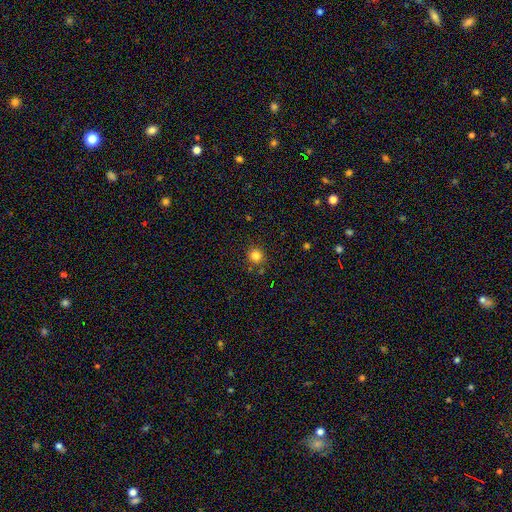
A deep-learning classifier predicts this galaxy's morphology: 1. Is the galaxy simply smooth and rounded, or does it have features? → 82% smooth, 13% star or artifact, 5% featured or disk.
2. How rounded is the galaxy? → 93% round, 6% in between, 1% cigar-shaped.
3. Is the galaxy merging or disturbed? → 85% none, 9% minor disturbance, 4% merger, 3% major disturbance.